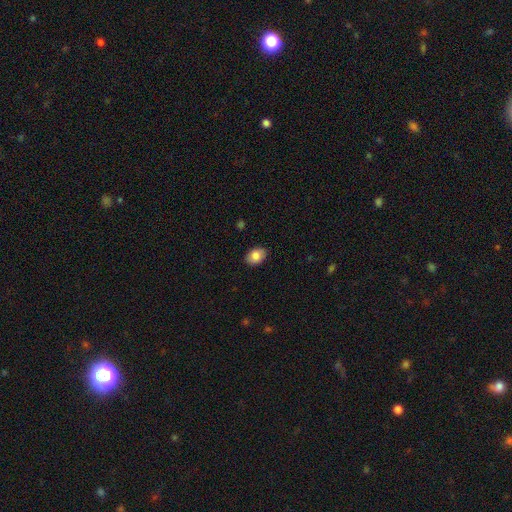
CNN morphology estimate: Smooth or featured? smooth (84%)
How rounded? in between (79%)
Merging? none (88%)